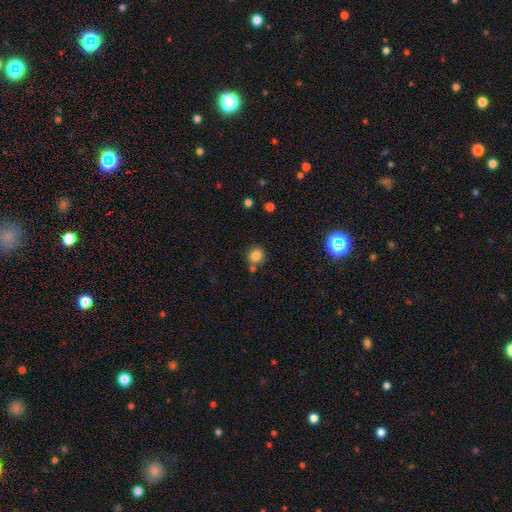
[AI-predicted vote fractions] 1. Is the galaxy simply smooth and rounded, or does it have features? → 82% smooth, 12% star or artifact, 6% featured or disk.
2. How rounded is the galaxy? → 89% round, 10% in between, 1% cigar-shaped.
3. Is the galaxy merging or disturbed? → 72% none, 14% merger, 11% minor disturbance, 3% major disturbance.